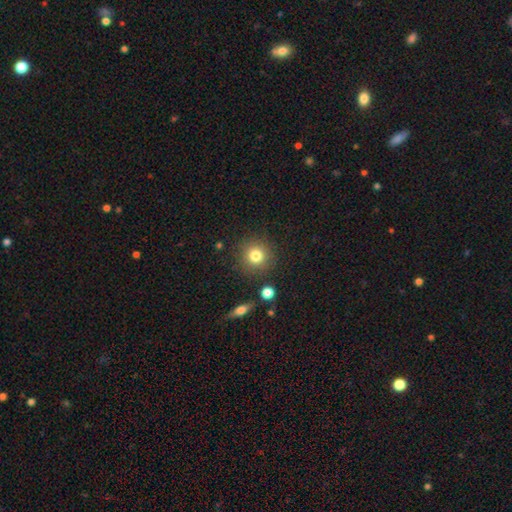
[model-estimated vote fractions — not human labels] smooth-or-featured: smooth: 80% | star or artifact: 11% | featured or disk: 8%
  how-rounded: round: 93% | in between: 6% | cigar-shaped: 1%
  merging: none: 86% | minor disturbance: 8% | merger: 3% | major disturbance: 3%